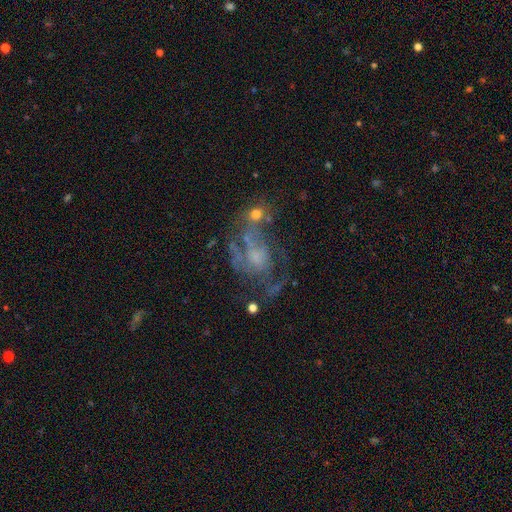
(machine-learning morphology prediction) A featured or disk galaxy (70%) with no bar (73%), spiral arms (66%) and no central bulge (34%). Merging: major disturbance (35%).